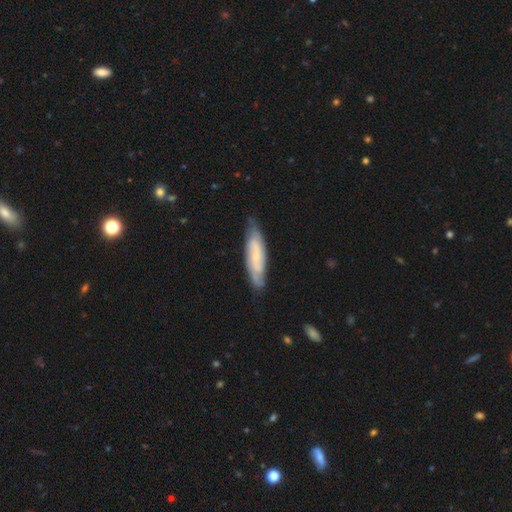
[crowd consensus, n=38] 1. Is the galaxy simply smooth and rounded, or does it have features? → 50% featured or disk, 45% smooth, 5% star or artifact.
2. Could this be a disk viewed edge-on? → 68% yes, 32% no.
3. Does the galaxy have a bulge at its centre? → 62% none, 23% boxy, 15% rounded.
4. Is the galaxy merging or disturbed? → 75% none, 19% minor disturbance, 6% major disturbance, 0% merger.